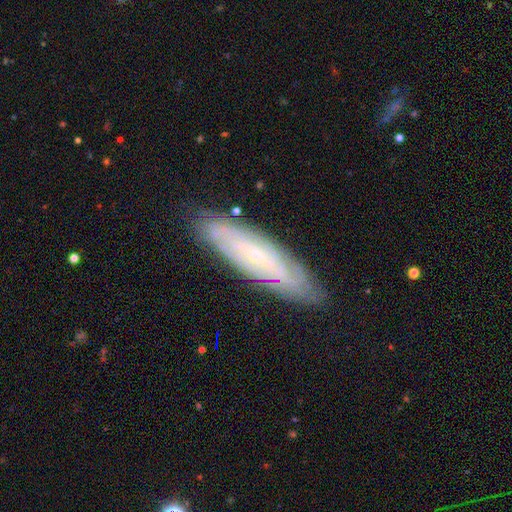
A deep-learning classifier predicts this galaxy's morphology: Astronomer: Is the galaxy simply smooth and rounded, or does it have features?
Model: featured or disk — 71%.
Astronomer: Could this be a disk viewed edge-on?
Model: no — 70%.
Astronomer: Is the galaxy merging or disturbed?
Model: none — 82%.